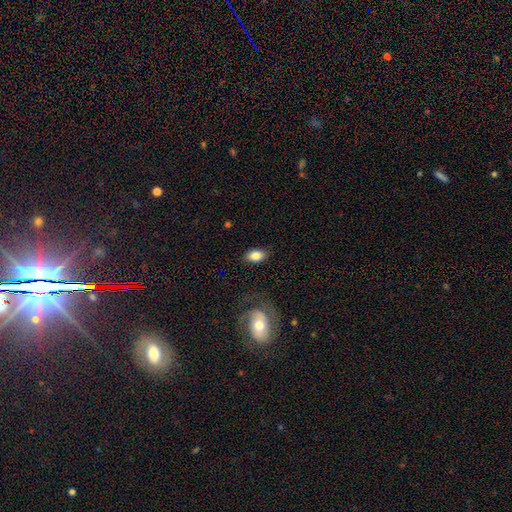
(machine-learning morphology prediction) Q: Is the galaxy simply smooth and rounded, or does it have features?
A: smooth — 79%.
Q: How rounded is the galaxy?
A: in between — 89%.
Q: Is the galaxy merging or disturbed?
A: none — 82%.